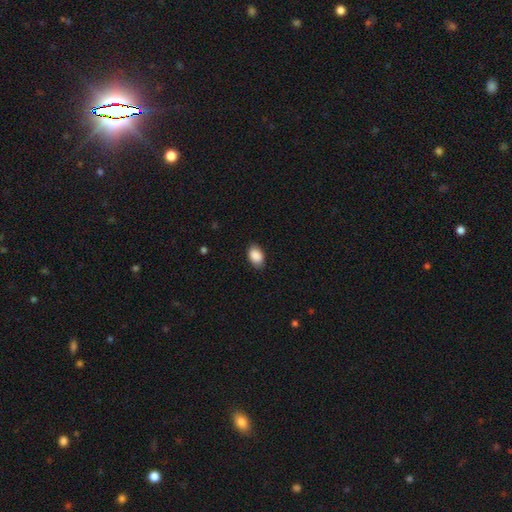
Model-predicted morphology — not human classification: This is clearly a smooth galaxy (90%). How rounded: clearly in between (87%). Merging: clearly none (84%).